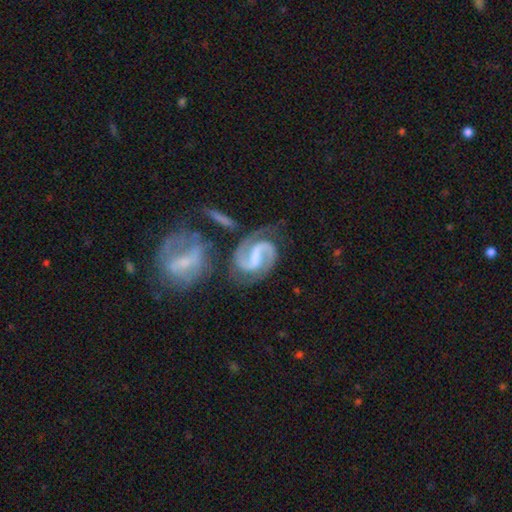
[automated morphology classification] A featured or disk galaxy (91%) with a weak bar (42%, tied with strong), 2 (93%) medium (59%) spiral arms (98%) and no central bulge (45%). Merging: none (67%).